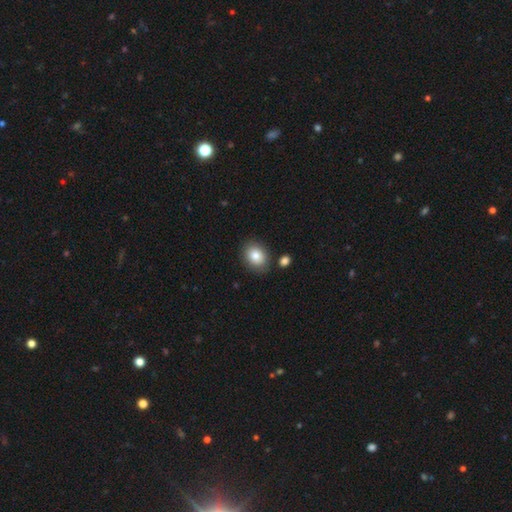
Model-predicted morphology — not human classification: This appears to be a smooth galaxy with no disk features (83%) that is in between round and cigar-shaped (53%). Merging: none (81%).